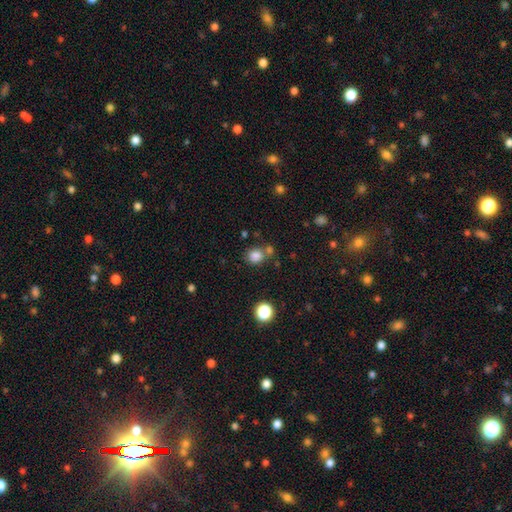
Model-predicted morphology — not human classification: This is clearly a smooth galaxy (82%). How rounded: clearly round (81%). Merging: likely none (65%).